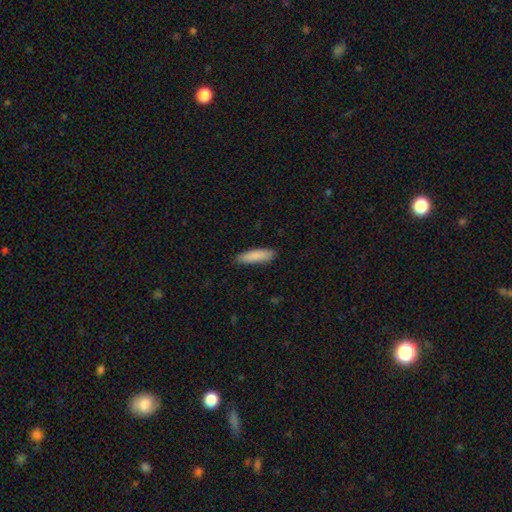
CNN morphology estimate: Smooth or featured? Predicted: smooth (p=0.87). How rounded? Predicted: cigar-shaped (p=0.68). Merging? Predicted: none (p=0.86).